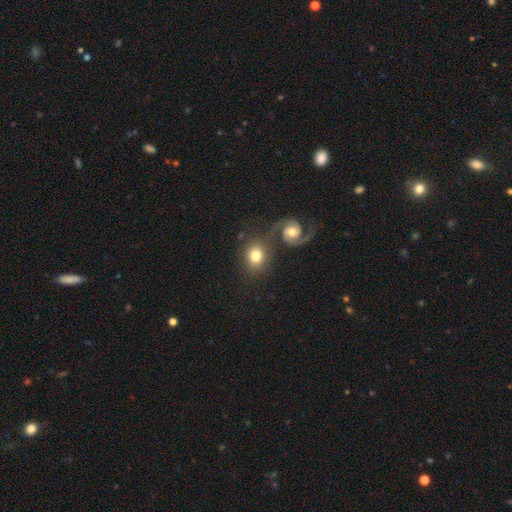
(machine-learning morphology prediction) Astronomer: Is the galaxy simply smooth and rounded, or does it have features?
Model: smooth — 64%.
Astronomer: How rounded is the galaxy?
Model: round — 58% (runner-up: in between, 41%).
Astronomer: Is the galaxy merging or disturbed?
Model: none — 59%.